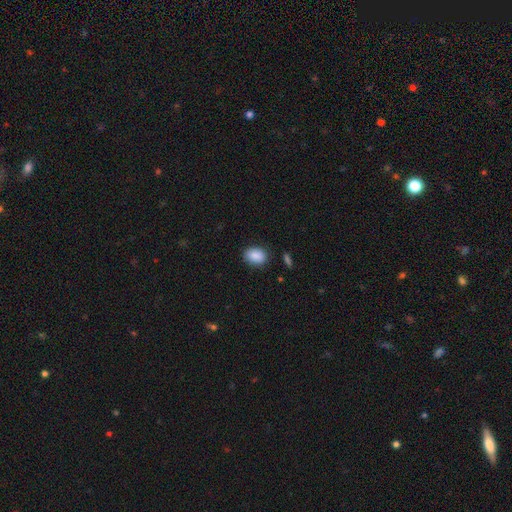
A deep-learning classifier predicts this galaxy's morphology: smooth_or_featured: smooth (p=0.88) [alt: star or artifact p=0.07]
how_rounded: in between (p=0.74) [alt: round p=0.25]
merging: none (p=0.85) [alt: minor disturbance p=0.11]